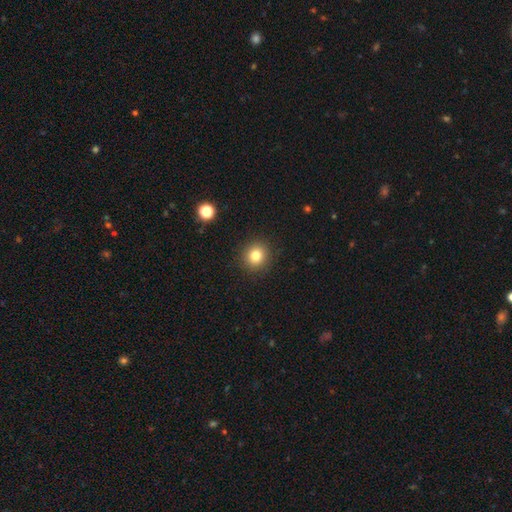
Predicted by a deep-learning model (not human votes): A smooth galaxy with no disk features (81%) that is round (87%).

Vote fractions:
- Smooth or featured? smooth: 81% / star or artifact: 12% / featured or disk: 7%
- How rounded? round: 87% / in between: 12% / cigar-shaped: 1%
- Merging? none: 91% / minor disturbance: 6% / major disturbance: 2% / merger: 1%